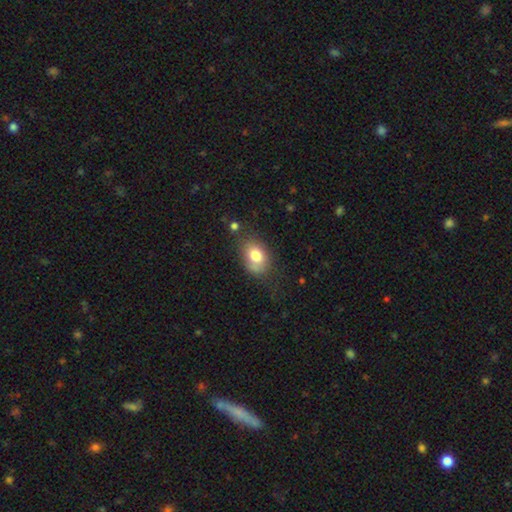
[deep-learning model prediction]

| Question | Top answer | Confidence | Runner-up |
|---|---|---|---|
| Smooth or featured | smooth | 78% | featured or disk (13%) |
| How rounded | in between | 78% | round (21%) |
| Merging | none | 59% | minor disturbance (26%) |